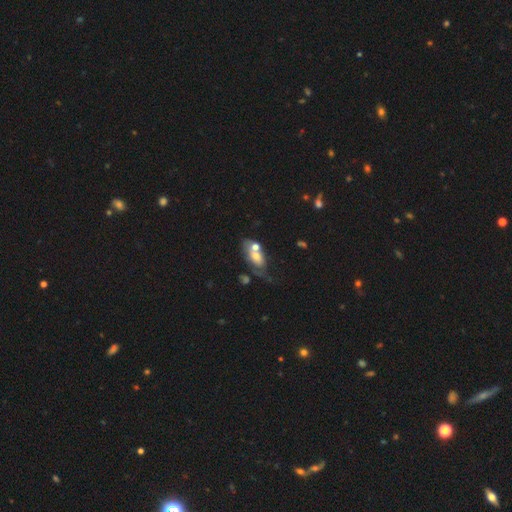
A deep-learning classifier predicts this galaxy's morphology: Smooth or featured? smooth (53%)
How rounded? in between (85%)
Merging? merger (37%)